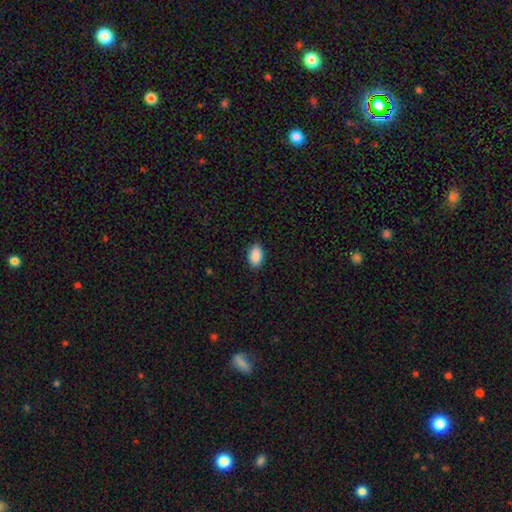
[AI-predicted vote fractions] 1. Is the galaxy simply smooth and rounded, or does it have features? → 90% smooth, 7% star or artifact, 3% featured or disk.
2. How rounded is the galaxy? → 93% in between, 5% round, 2% cigar-shaped.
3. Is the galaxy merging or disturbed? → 89% none, 8% minor disturbance, 2% major disturbance, 1% merger.